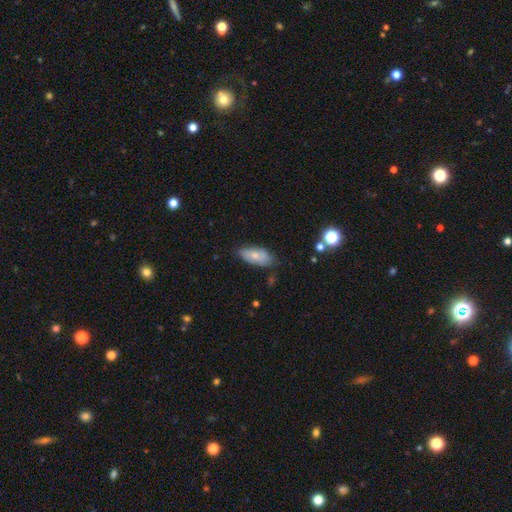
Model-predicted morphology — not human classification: Smooth or featured? Predicted: smooth (p=0.70). How rounded? Predicted: in between (p=0.88). Merging? Predicted: none (p=0.67).